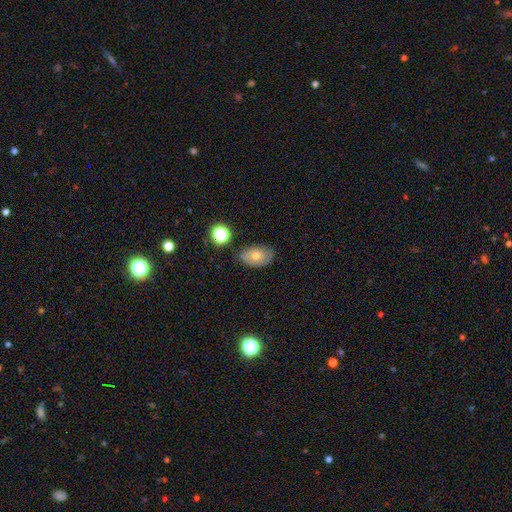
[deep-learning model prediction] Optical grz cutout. It shows a smooth galaxy with no disk features (50%). Merging: none (74%).